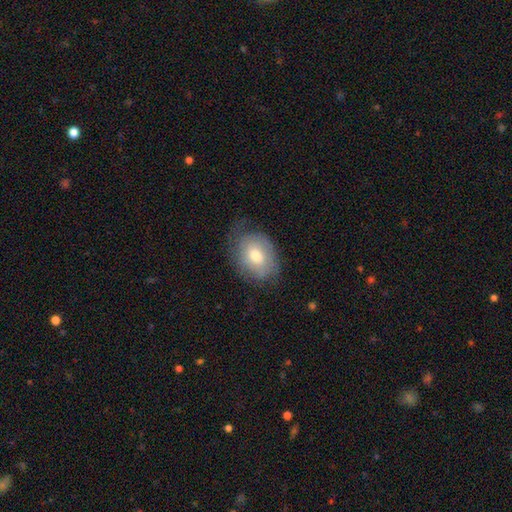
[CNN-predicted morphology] smooth-or-featured: smooth: 53% | featured or disk: 39% | star or artifact: 8%
  how-rounded: in between: 70% | round: 29% | cigar-shaped: 1%
  merging: none: 61% | minor disturbance: 26% | major disturbance: 12% | merger: 1%